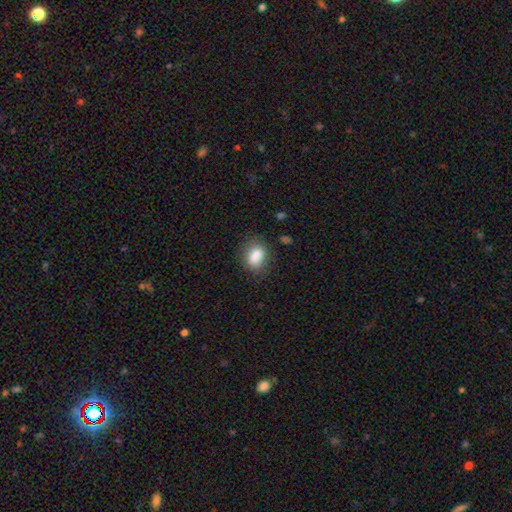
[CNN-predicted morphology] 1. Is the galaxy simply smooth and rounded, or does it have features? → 84% smooth, 9% star or artifact, 8% featured or disk.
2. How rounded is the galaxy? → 72% in between, 26% round, 2% cigar-shaped.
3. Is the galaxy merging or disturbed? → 74% none, 18% minor disturbance, 5% major disturbance, 3% merger.